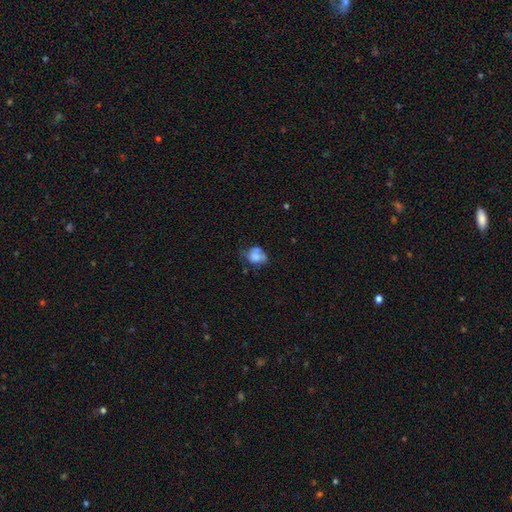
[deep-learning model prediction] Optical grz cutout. It shows a smooth galaxy with no disk features (68%) that is in between round and cigar-shaped (55%). Merging: none (34%).